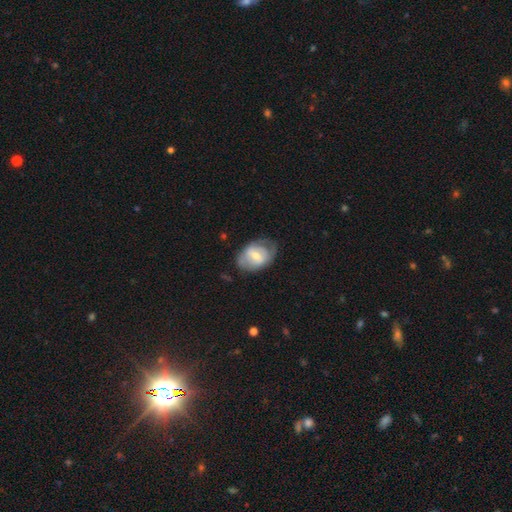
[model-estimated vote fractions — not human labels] Morphology: type=featured or disk (52%); edge-on=no (95%); merging=none (60%).